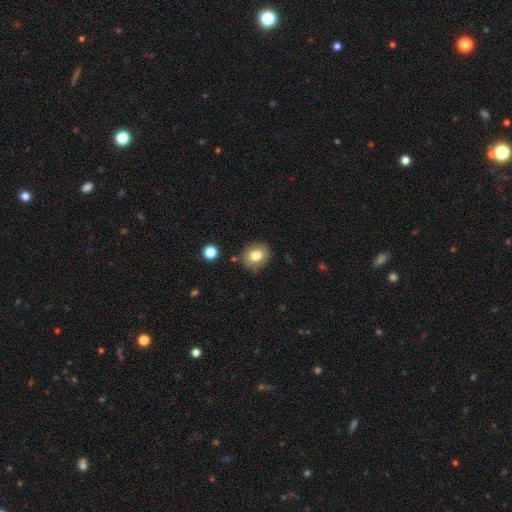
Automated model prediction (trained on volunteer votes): This is likely a smooth galaxy (80%). How rounded: possibly round (59%). Merging: clearly none (83%).